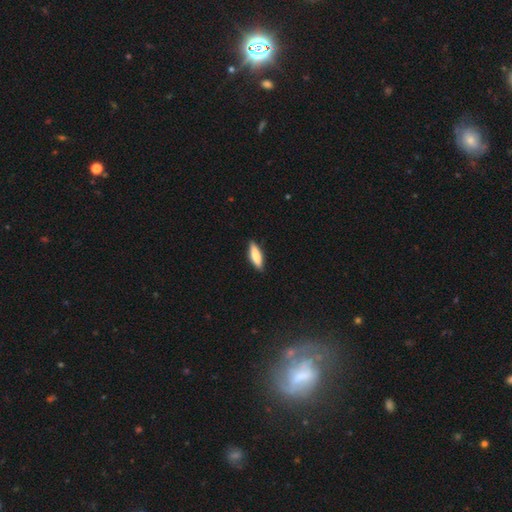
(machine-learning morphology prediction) smooth-or-featured: smooth: 78% | featured or disk: 17% | star or artifact: 6%
  how-rounded: cigar-shaped: 54% | in between: 44% | round: 2%
  merging: none: 88% | minor disturbance: 9% | major disturbance: 2% | merger: 1%